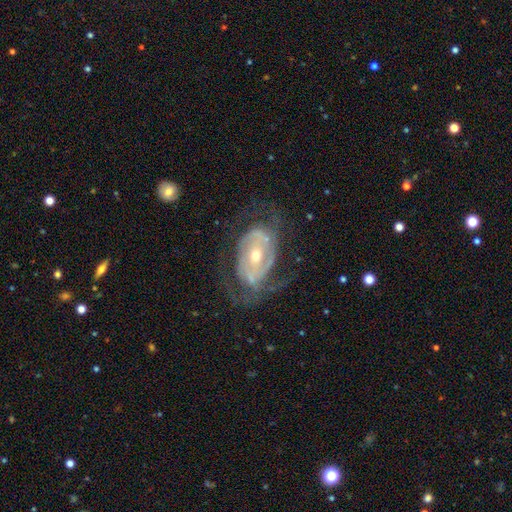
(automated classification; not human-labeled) The model was most divided on "bulge size": moderate: 51%, small: 45%, large: 2%, none: 1%, dominant: 1%. Remaining: edge-on disk — no (95%); spiral arms — yes (85%); smooth or featured — featured or disk (85%); merging — none (58%); spiral winding — tight (49%); spiral arm count — 2 (47%); bar — no (44%).